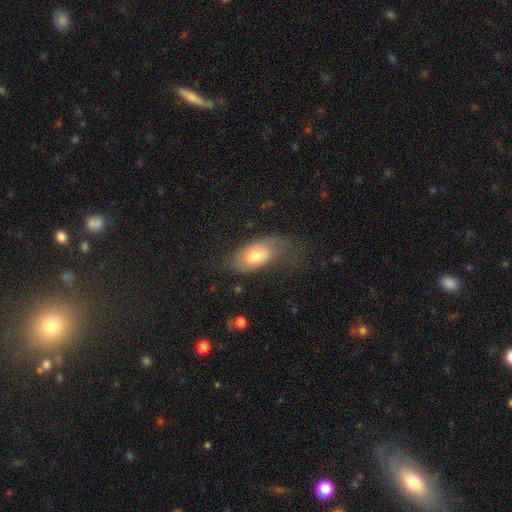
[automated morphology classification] A smooth galaxy with no disk features (61%) that is in between round and cigar-shaped (91%).

Vote fractions:
- Smooth or featured? smooth: 61% / featured or disk: 32% / star or artifact: 7%
- How rounded? in between: 91% / round: 5% / cigar-shaped: 4%
- Merging? none: 39% / major disturbance: 31% / minor disturbance: 28% / merger: 2%